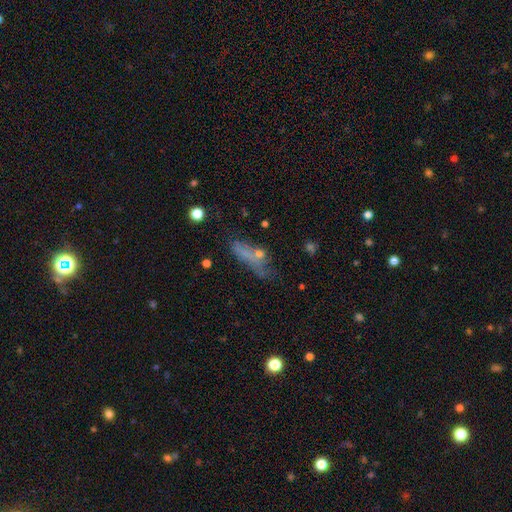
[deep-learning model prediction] Smooth or featured: smooth — 54% (featured or disk — 28%)
How rounded: cigar-shaped — 50% (in between — 44%)
Merging: none — 37% (major disturbance — 26%)